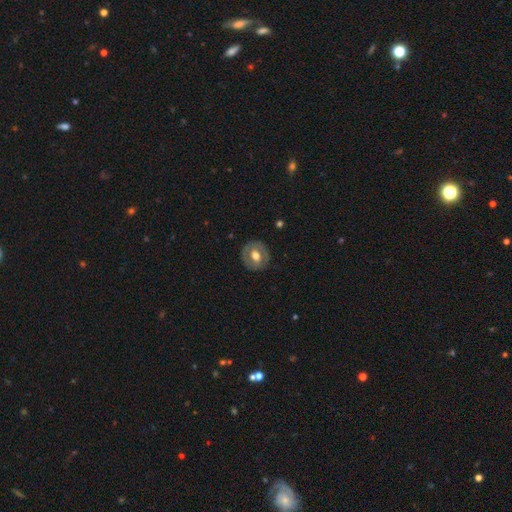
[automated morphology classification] type=featured or disk (49%); merging=none (84%).